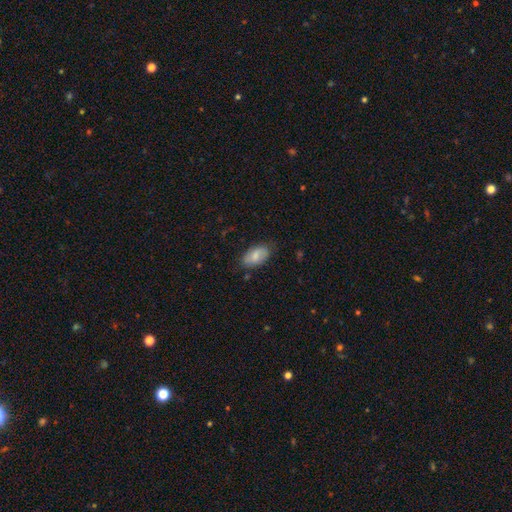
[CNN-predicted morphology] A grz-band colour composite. It shows a smooth galaxy with no disk features (76%) that is in between round and cigar-shaped (94%). Merging: none (77%).